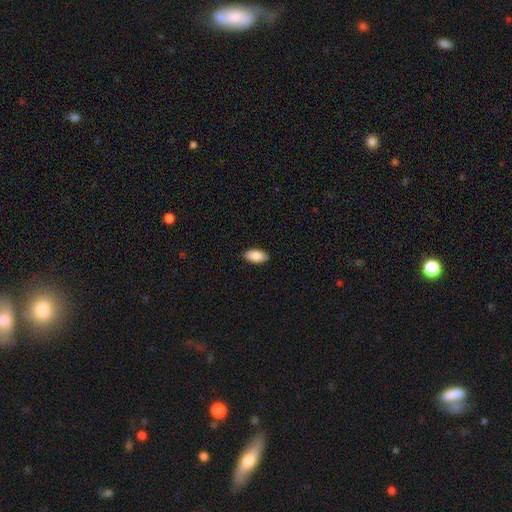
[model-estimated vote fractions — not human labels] Q: Smooth or featured?
A: smooth (88%); runner-up: featured or disk (6%)
Q: How rounded?
A: in between (93%); runner-up: cigar-shaped (5%)
Q: Merging?
A: none (89%); runner-up: minor disturbance (8%)